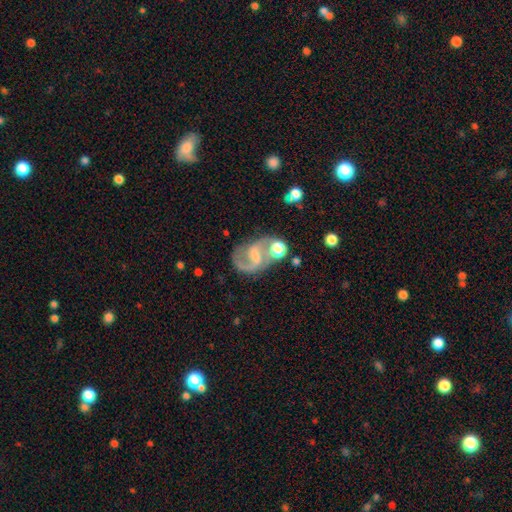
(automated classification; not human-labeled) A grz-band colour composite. It shows a featured or disk galaxy (83%) with a weak bar (50%), 2 (87%) medium (51%) spiral arms (94%) and a small central bulge (42%). Merging: none (58%).